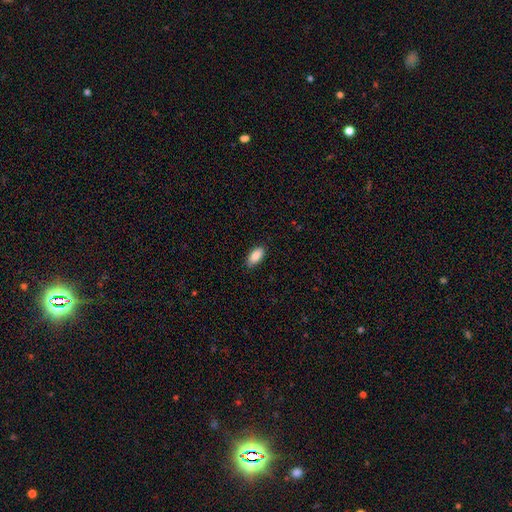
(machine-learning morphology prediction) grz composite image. It shows a smooth galaxy with no disk features (88%) that is in between round and cigar-shaped (92%). Merging: none (87%).